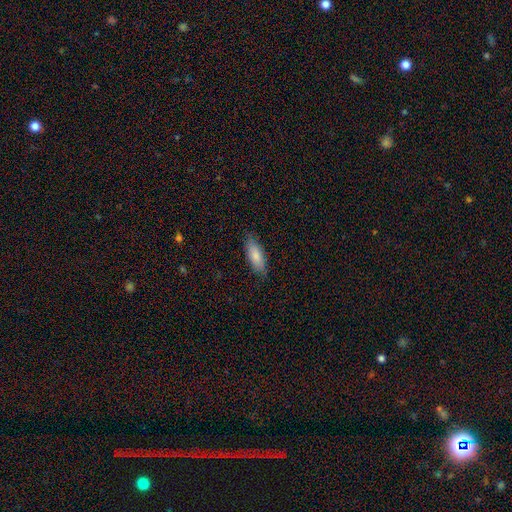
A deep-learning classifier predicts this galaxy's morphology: Smooth or featured: smooth — 81% (featured or disk — 13%)
How rounded: in between — 71% (cigar-shaped — 28%)
Merging: none — 80% (minor disturbance — 16%)